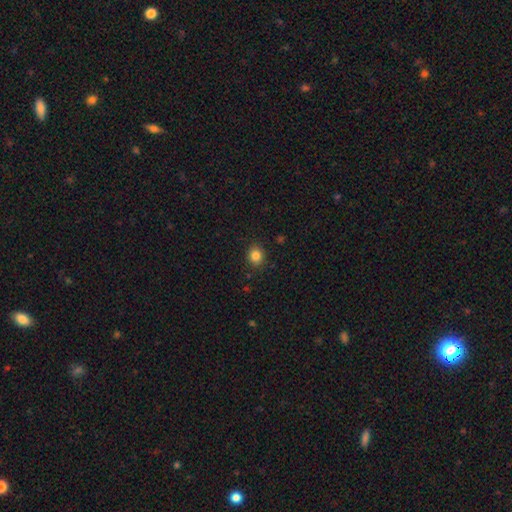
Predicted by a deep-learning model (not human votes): This appears to be a smooth galaxy with no disk features (84%) that is round (75%). Merging: none (89%).